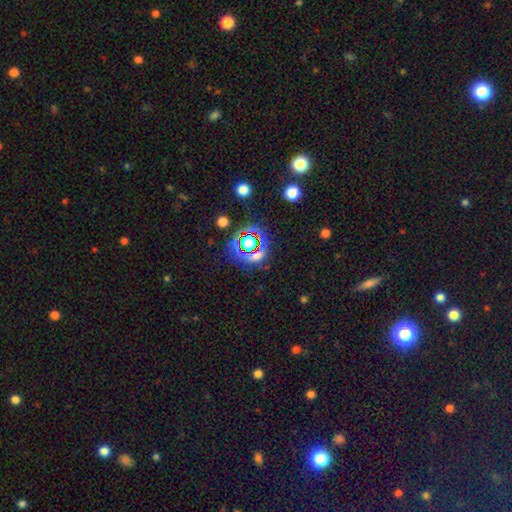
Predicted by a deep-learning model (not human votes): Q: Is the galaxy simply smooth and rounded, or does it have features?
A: star or artifact — 55%.